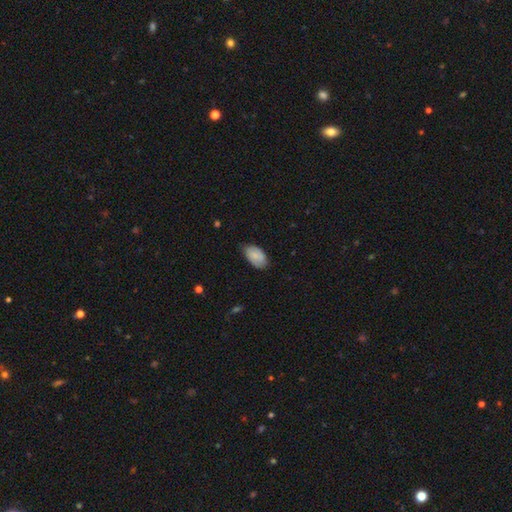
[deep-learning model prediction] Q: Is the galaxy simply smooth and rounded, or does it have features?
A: smooth — 74%.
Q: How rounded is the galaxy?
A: in between — 93%.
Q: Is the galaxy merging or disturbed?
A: none — 70%.